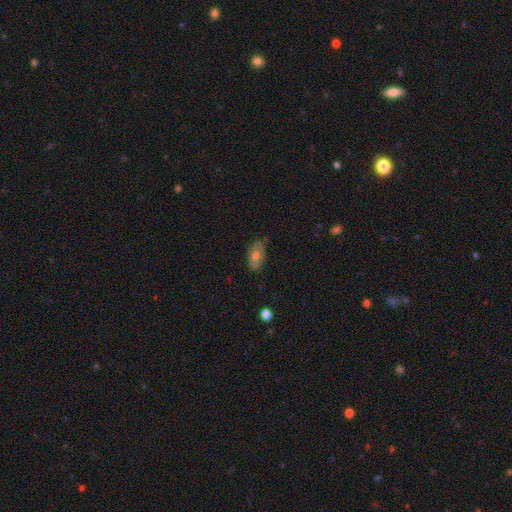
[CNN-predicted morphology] Smooth or featured: smooth — 54% (featured or disk — 38%)
How rounded: in between — 88% (round — 9%)
Merging: none — 75% (minor disturbance — 19%)